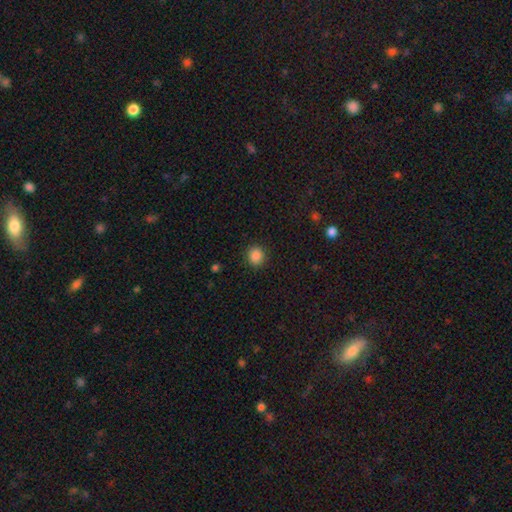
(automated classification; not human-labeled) Smooth or featured?
  - smooth: 87% *
  - star or artifact: 10%
  - featured or disk: 3%
How rounded?
  - round: 84% *
  - in between: 15%
  - cigar-shaped: 1%
Merging?
  - none: 90% *
  - minor disturbance: 6%
  - major disturbance: 2%
  - merger: 1%